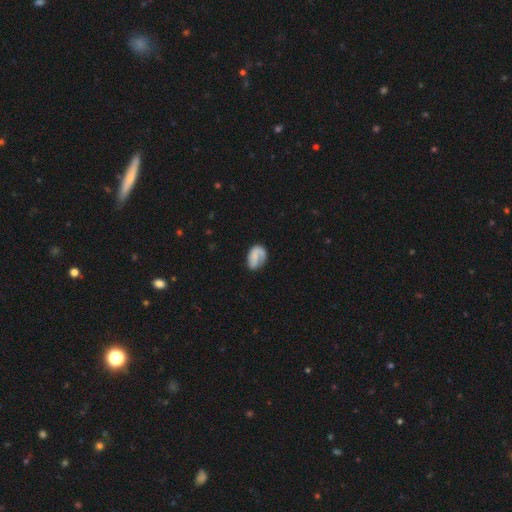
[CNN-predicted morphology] The model was most divided on "smooth or featured": smooth: 48%, featured or disk: 44%, star or artifact: 8%. More confident: merging — none (52%).